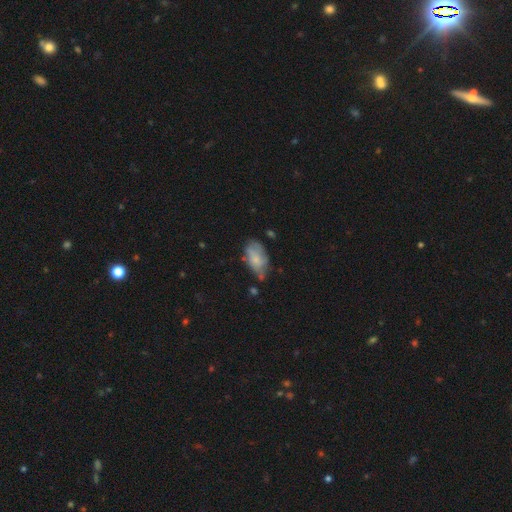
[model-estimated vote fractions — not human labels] Smooth or featured?
  - smooth: 60% *
  - featured or disk: 31%
  - star or artifact: 9%
How rounded?
  - in between: 91% *
  - cigar-shaped: 5%
  - round: 4%
Merging?
  - none: 48% *
  - minor disturbance: 34%
  - major disturbance: 12%
  - merger: 6%